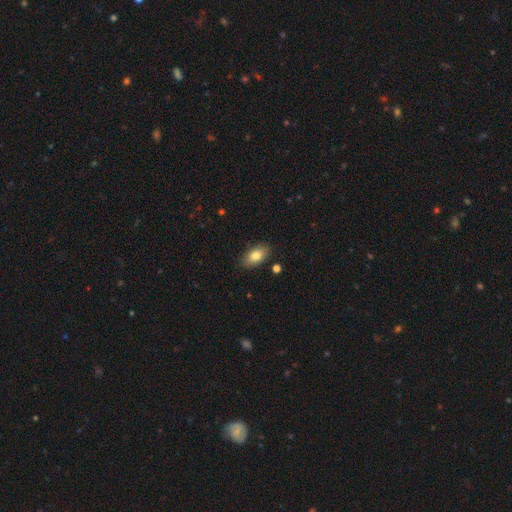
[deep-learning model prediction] Smooth or featured? Predicted: smooth (p=0.80). How rounded? Predicted: in between (p=0.91). Merging? Predicted: none (p=0.85).